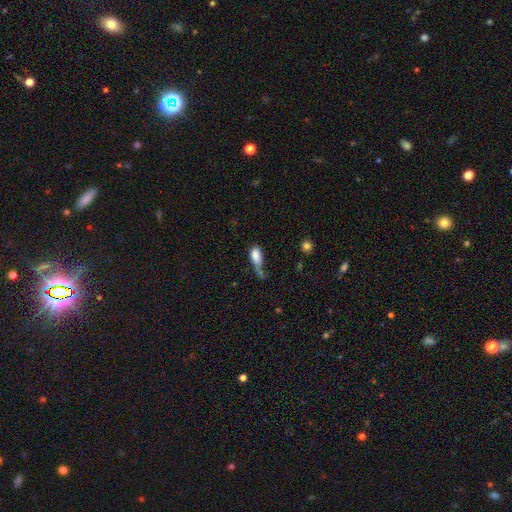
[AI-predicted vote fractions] Smooth or featured?
  - smooth: 78% *
  - featured or disk: 13%
  - star or artifact: 9%
How rounded?
  - in between: 83% *
  - cigar-shaped: 11%
  - round: 6%
Merging?
  - major disturbance: 29% *
  - none: 26%
  - minor disturbance: 24%
  - merger: 21%